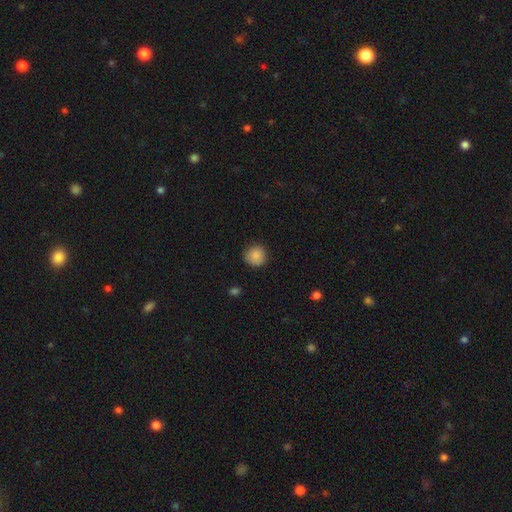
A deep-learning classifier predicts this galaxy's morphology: Smooth or featured? Predicted: smooth (p=0.88). How rounded? Predicted: round (p=0.91). Merging? Predicted: none (p=0.85).